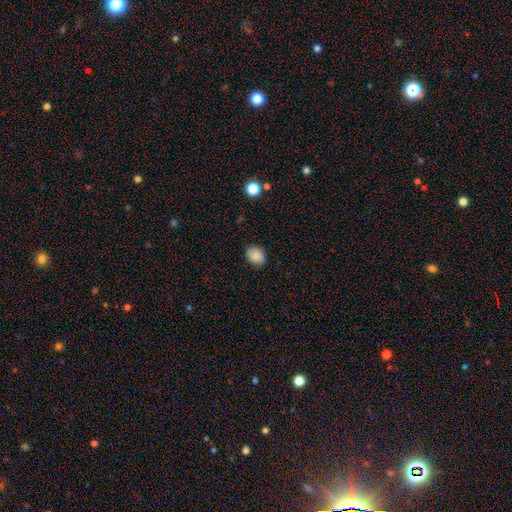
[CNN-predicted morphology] smooth_or_featured: smooth (p=0.86) [alt: star or artifact p=0.09]
how_rounded: in between (p=0.55) [alt: round p=0.44]
merging: none (p=0.84) [alt: minor disturbance p=0.13]